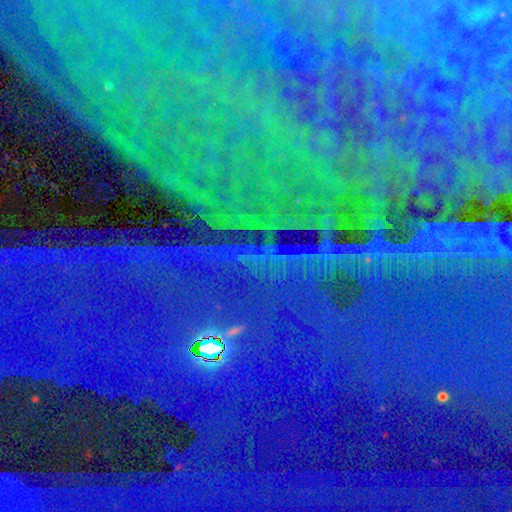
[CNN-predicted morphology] Smooth or featured: star or artifact — 85% (smooth — 7%)